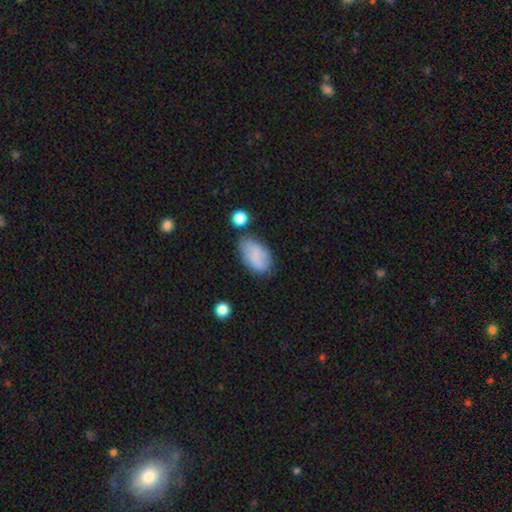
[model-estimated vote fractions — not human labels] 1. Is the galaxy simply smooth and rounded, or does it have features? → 79% smooth, 13% featured or disk, 8% star or artifact.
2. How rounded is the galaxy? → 93% in between, 5% round, 2% cigar-shaped.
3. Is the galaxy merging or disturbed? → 63% none, 24% minor disturbance, 7% major disturbance, 6% merger.